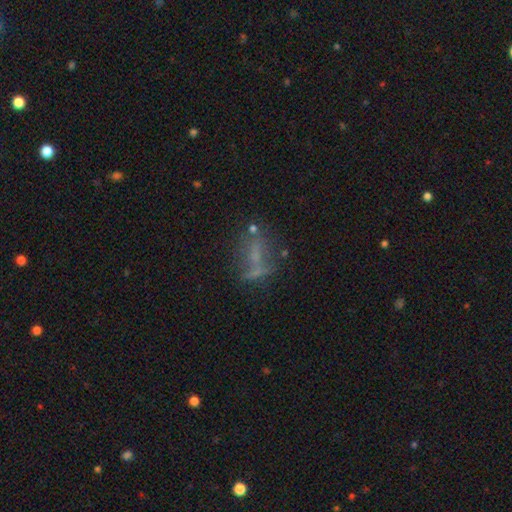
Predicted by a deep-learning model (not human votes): smooth-or-featured: featured or disk: 43% | smooth: 35% | star or artifact: 21%
  merging: none: 48% | major disturbance: 22% | minor disturbance: 18% | merger: 11%